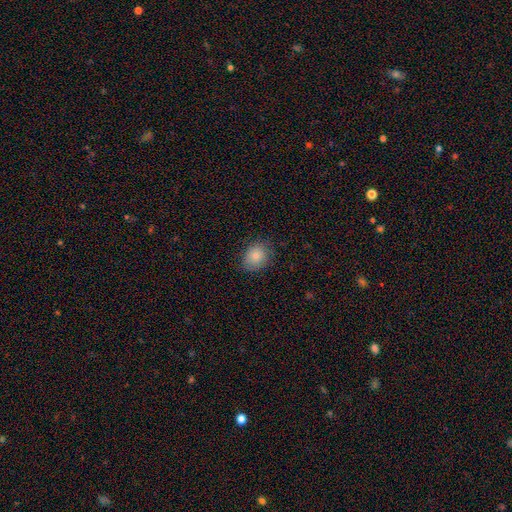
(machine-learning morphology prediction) Smooth or featured: smooth — 82% (featured or disk — 9%)
How rounded: round — 50% (in between — 49%)
Merging: none — 76% (minor disturbance — 18%)